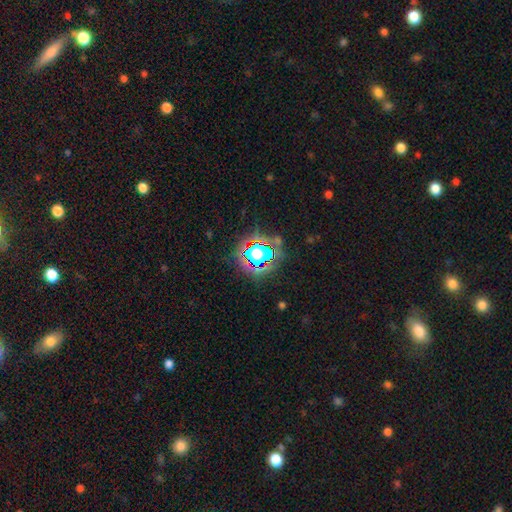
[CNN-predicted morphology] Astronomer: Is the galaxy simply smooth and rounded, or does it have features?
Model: star or artifact — 56%.